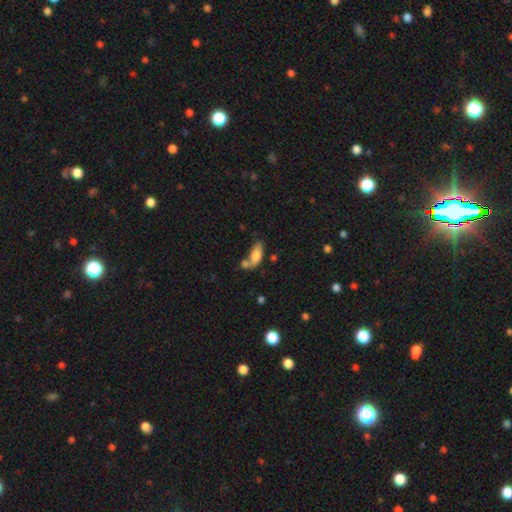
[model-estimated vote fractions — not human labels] Smooth or featured? Predicted: smooth (p=0.76). How rounded? Predicted: in between (p=0.83). Merging? Predicted: merger (p=0.39).